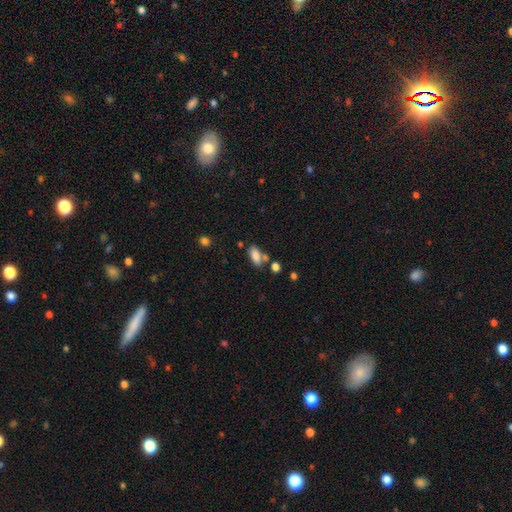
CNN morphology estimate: Overall: smooth (82%). How rounded: in between (82%). Merging: none (60%; merger 20%).